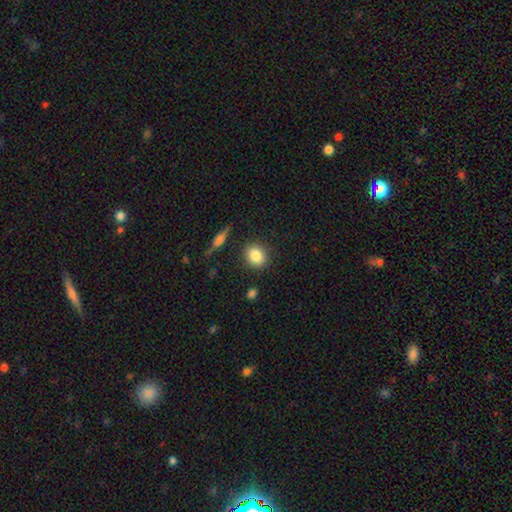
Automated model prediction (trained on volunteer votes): Q: Smooth or featured?
A: smooth (84%); runner-up: star or artifact (8%)
Q: How rounded?
A: round (59%); runner-up: in between (39%)
Q: Merging?
A: none (86%); runner-up: minor disturbance (9%)